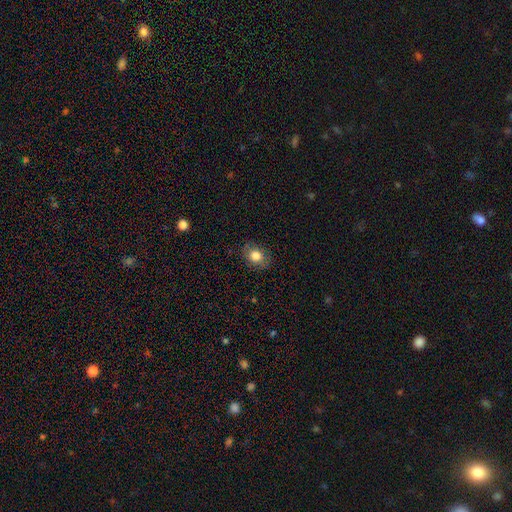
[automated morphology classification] A smooth galaxy with no disk features (79%) that is in between round and cigar-shaped (53%).

Vote fractions:
- Smooth or featured? smooth: 79% / featured or disk: 11% / star or artifact: 9%
- How rounded? in between: 53% / round: 46% / cigar-shaped: 1%
- Merging? none: 83% / minor disturbance: 13% / major disturbance: 3% / merger: 1%